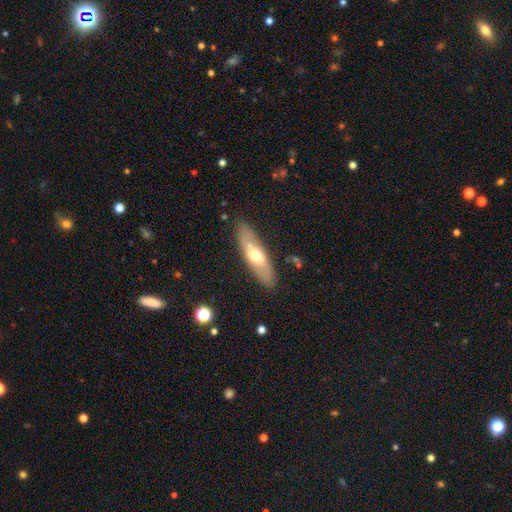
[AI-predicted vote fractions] A smooth galaxy with no disk features (51%) that is in between round and cigar-shaped (51%). Merging: none (81%).